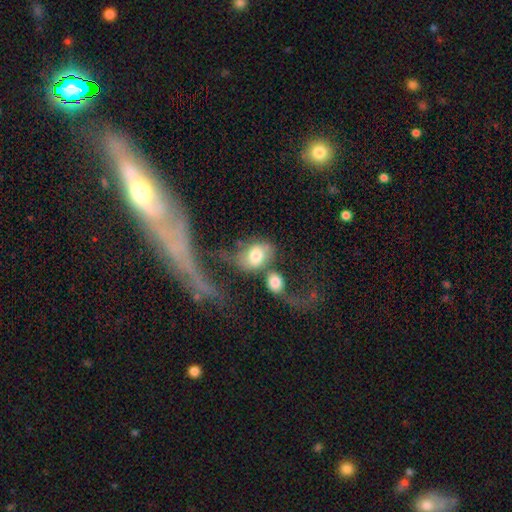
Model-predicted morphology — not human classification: Overall: smooth (58%; featured or disk 33%). How rounded: in between (66%; round 31%). Merging: merger (49%; major disturbance 23%).